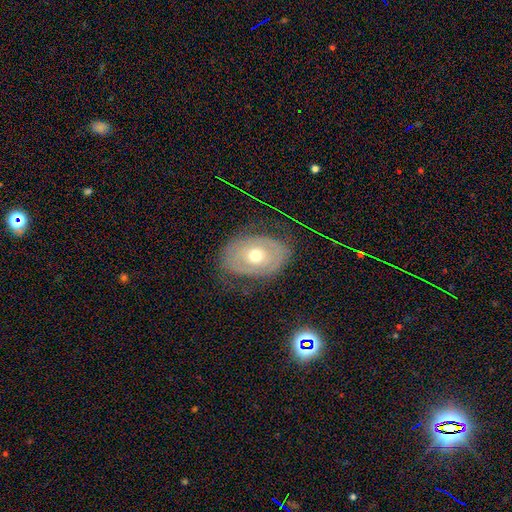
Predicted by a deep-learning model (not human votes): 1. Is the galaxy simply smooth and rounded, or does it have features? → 61% featured or disk, 32% smooth, 7% star or artifact.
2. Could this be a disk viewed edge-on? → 93% no, 7% yes.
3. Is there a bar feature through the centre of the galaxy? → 87% no, 10% weak, 3% strong.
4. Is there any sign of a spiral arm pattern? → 58% no, 42% yes.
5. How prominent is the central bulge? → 71% moderate, 22% small, 5% large, 1% dominant, 1% none.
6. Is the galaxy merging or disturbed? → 70% none, 18% minor disturbance, 10% major disturbance, 1% merger.